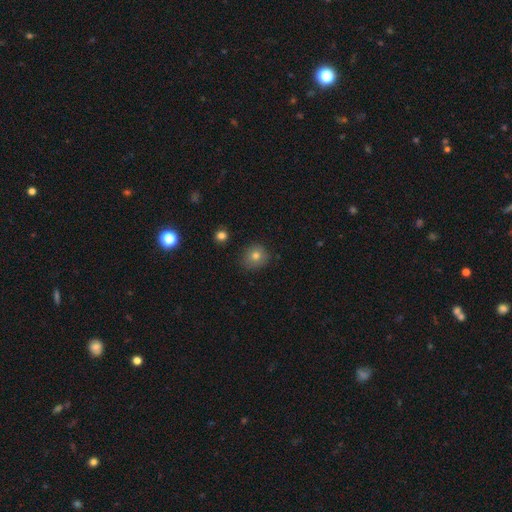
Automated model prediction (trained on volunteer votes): Smooth or featured? smooth (78%)
How rounded? round (83%)
Merging? none (81%)